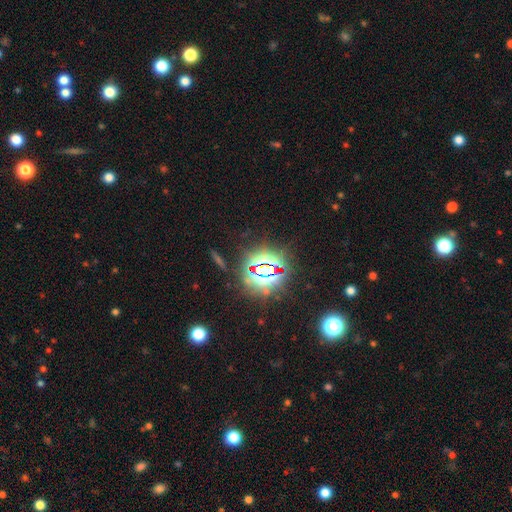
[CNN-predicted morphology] Smooth or featured? star or artifact (82%)